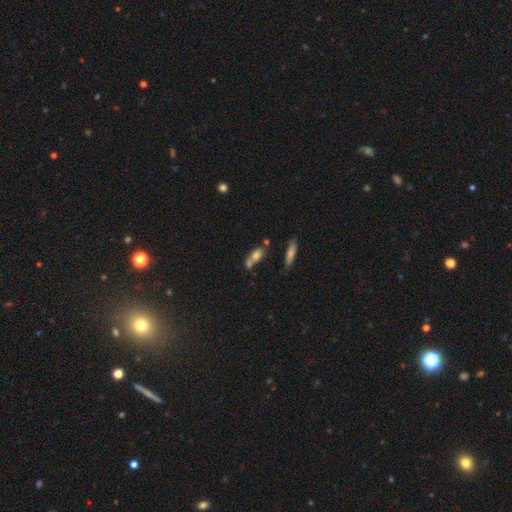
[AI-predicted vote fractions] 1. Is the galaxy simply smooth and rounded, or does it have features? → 67% smooth, 22% featured or disk, 11% star or artifact.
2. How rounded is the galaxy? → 63% in between, 24% cigar-shaped, 13% round.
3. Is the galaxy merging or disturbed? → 41% merger, 40% none, 13% minor disturbance, 6% major disturbance.